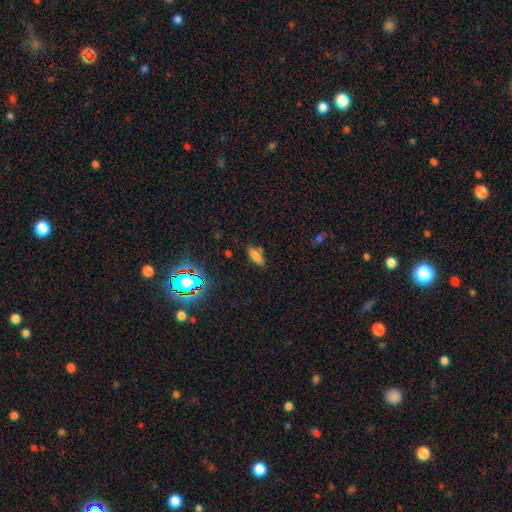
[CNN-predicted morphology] type=smooth (75%); roundness=in between (66%); merging=none (75%).